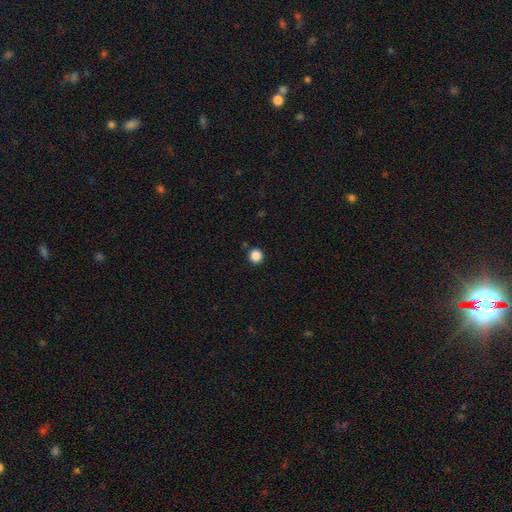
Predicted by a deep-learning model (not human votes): Smooth or featured? Predicted: smooth (p=0.87). How rounded? Predicted: round (p=0.96). Merging? Predicted: none (p=0.92).